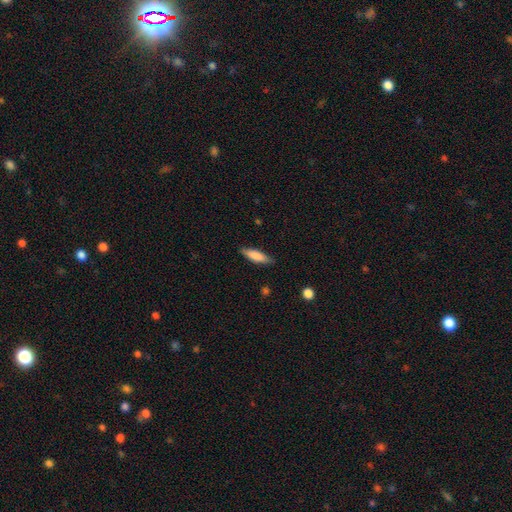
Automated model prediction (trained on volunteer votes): Morphology: type=smooth (80%); roundness=cigar-shaped (59%); merging=none (84%).